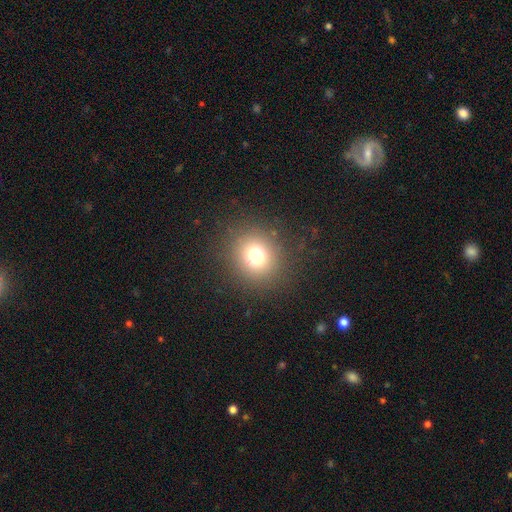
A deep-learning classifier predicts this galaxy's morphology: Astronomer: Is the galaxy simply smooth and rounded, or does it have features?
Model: smooth — 73%.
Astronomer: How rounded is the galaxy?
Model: round — 85%.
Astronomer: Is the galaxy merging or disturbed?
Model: none — 87%.